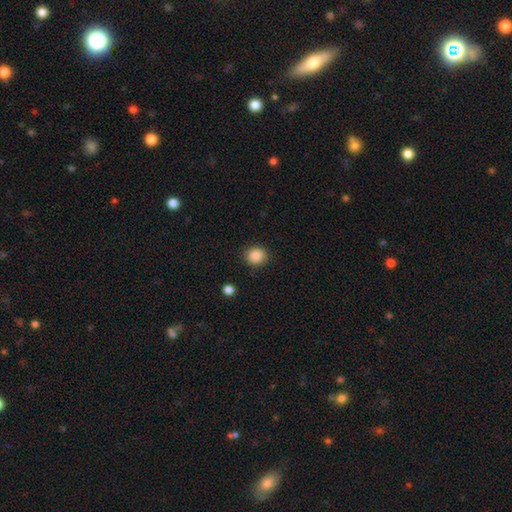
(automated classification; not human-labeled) This is clearly a smooth galaxy (87%). How rounded: clearly round (83%). Merging: clearly none (89%).